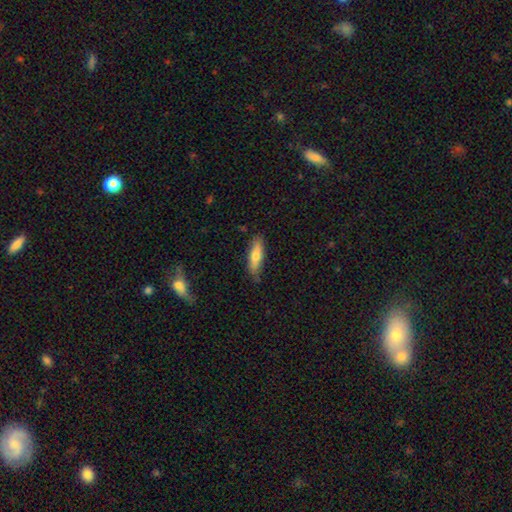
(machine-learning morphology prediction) The model was most divided on "how rounded": cigar-shaped: 58%, in between: 40%, round: 2%. More confident: merging — none (78%); smooth or featured — smooth (71%).